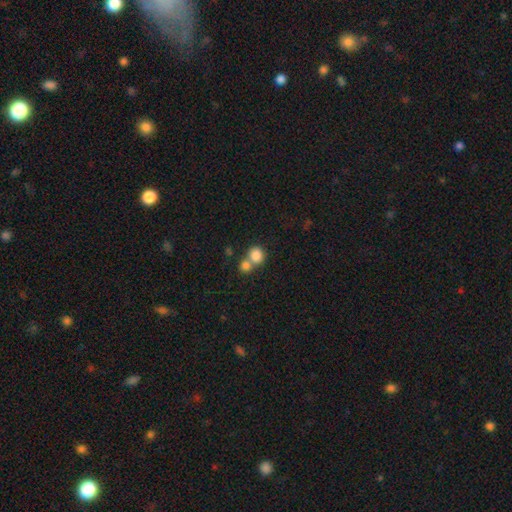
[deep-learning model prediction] This is clearly a smooth galaxy (83%). How rounded: clearly round (84%). Merging: possibly merger (49%).